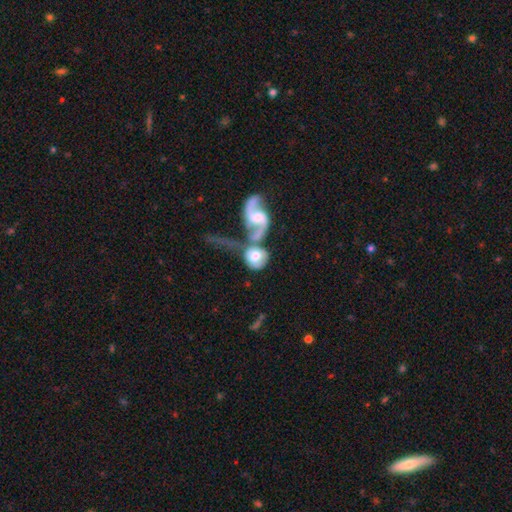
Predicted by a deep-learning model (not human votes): smooth-or-featured: featured or disk: 52% | smooth: 42% | star or artifact: 6%
  disk-edge-on: no: 93% | yes: 7%
  merging: merger: 58% | none: 23% | major disturbance: 10% | minor disturbance: 9%